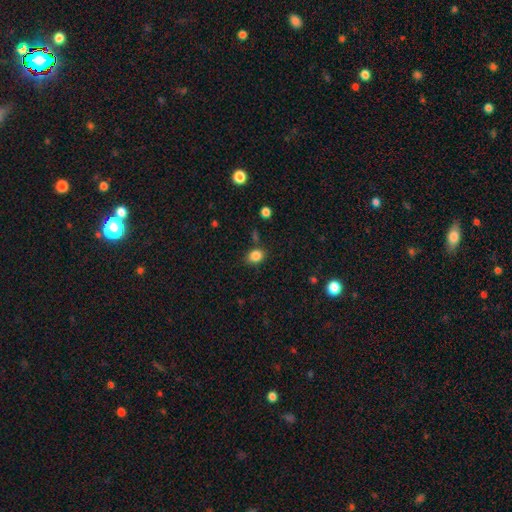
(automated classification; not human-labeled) smooth_or_featured: smooth (p=0.85) [alt: star or artifact p=0.11]
how_rounded: in between (p=0.56) [alt: round p=0.43]
merging: none (p=0.78) [alt: minor disturbance p=0.13]